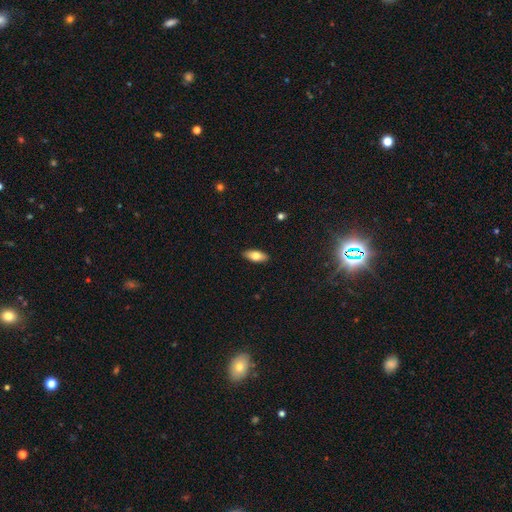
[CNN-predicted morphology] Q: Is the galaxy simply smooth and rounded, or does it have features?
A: smooth — 75%.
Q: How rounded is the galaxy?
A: in between — 83%.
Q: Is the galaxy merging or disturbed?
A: none — 89%.